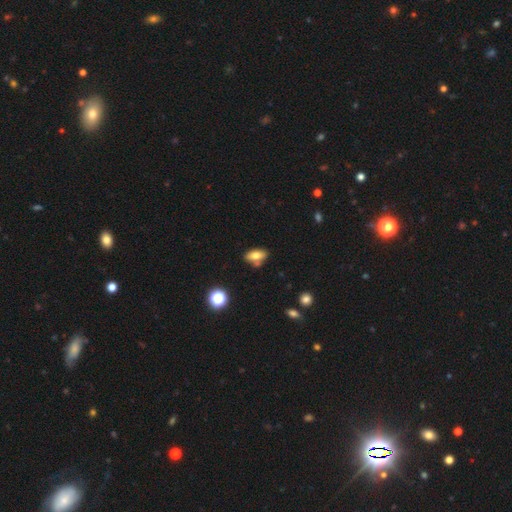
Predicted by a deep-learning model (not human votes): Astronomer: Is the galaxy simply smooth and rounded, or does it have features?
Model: smooth — 72%.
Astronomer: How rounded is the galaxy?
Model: in between — 85%.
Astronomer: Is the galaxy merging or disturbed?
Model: none — 66%.